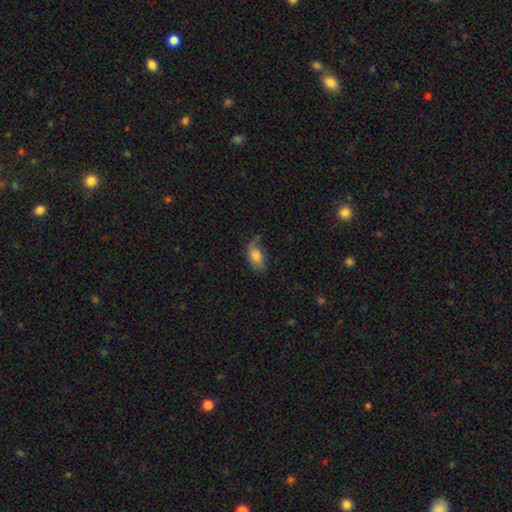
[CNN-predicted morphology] Smooth or featured? smooth (78%)
How rounded? in between (89%)
Merging? none (61%)